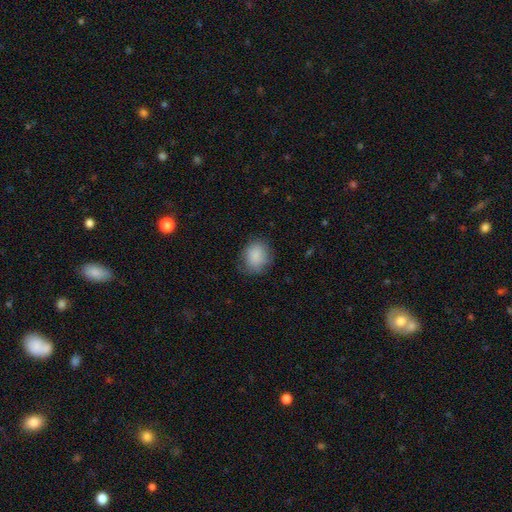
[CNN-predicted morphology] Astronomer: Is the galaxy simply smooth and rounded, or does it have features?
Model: smooth — 86%.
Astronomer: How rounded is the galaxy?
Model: round — 64%.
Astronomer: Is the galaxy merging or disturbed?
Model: none — 70%.